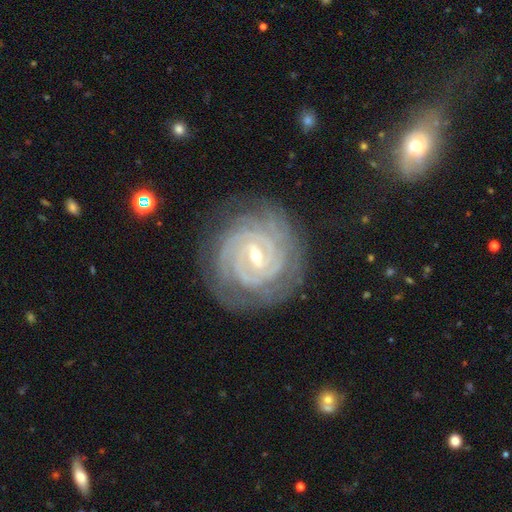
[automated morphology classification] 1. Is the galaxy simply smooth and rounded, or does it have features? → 91% featured or disk, 5% star or artifact, 4% smooth.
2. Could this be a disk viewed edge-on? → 97% no, 3% yes.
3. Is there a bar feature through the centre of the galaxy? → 51% weak, 33% strong, 16% no.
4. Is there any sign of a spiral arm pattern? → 98% yes, 2% no.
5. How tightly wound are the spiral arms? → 86% tight, 12% medium, 2% loose.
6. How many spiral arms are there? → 24% 4, 23% can't tell, 18% 3, 18% 2, 10% more than 4, 7% 1.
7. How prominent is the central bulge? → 65% small, 32% moderate, 1% large, 1% none, 1% dominant.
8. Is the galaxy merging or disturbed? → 81% none, 13% minor disturbance, 5% major disturbance, 1% merger.